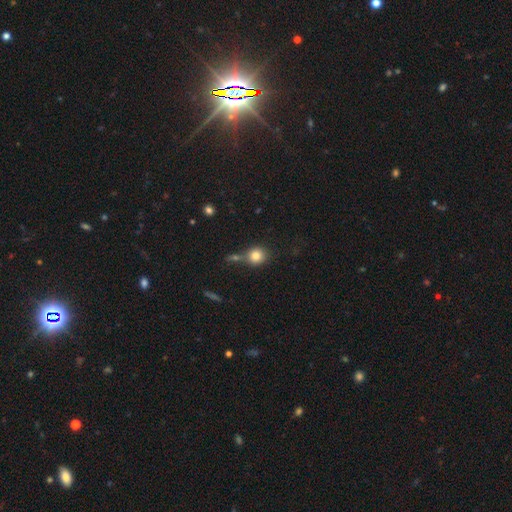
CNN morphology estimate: A smooth galaxy with no disk features (82%) that is round (83%).

Vote fractions:
- Smooth or featured? smooth: 82% / star or artifact: 10% / featured or disk: 8%
- How rounded? round: 83% / in between: 15% / cigar-shaped: 1%
- Merging? none: 55% / merger: 26% / minor disturbance: 13% / major disturbance: 6%